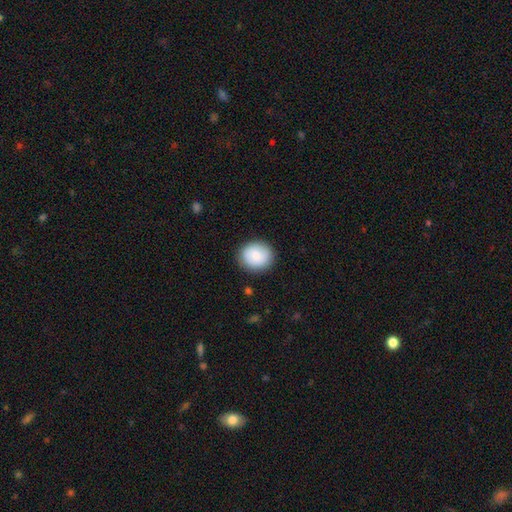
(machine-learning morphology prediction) Overall: smooth (83%). How rounded: round (79%). Merging: none (88%).